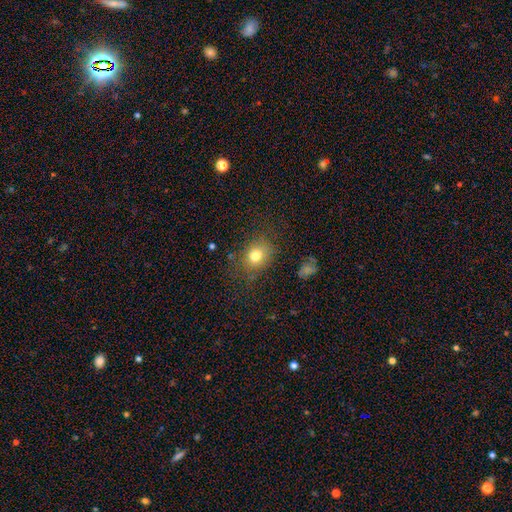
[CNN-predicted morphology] Smooth or featured?
  - smooth: 78% *
  - star or artifact: 12%
  - featured or disk: 10%
How rounded?
  - in between: 53% *
  - round: 46%
  - cigar-shaped: 1%
Merging?
  - none: 75% *
  - minor disturbance: 16%
  - major disturbance: 7%
  - merger: 2%